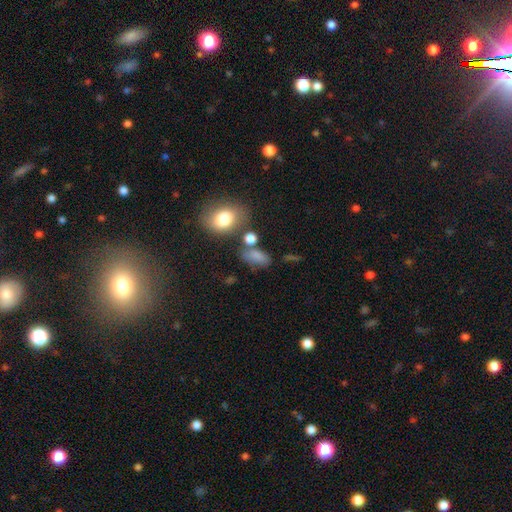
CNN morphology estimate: The model was most divided on "merging": none: 57%, minor disturbance: 18%, merger: 15%, major disturbance: 9%. More confident: how rounded — in between (80%); smooth or featured — smooth (80%).